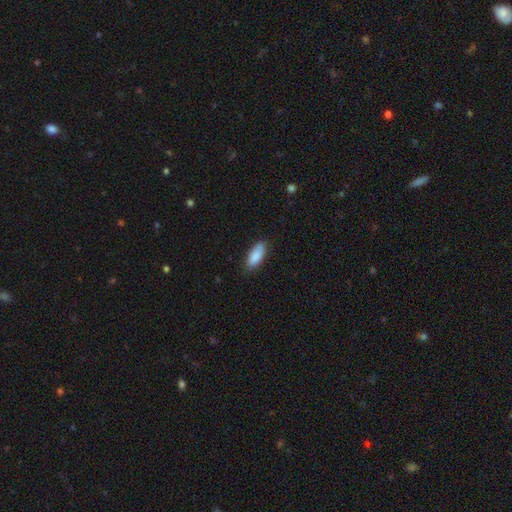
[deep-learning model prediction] Smooth or featured? Predicted: smooth (p=0.89). How rounded? Predicted: in between (p=0.80). Merging? Predicted: none (p=0.81).